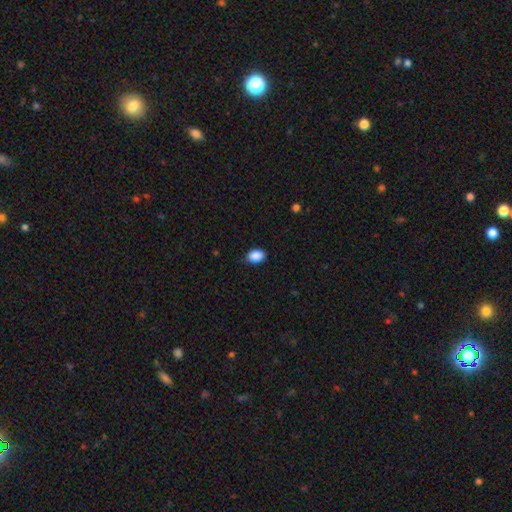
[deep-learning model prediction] This is clearly a smooth galaxy (89%). How rounded: likely in between (74%). Merging: clearly none (82%).